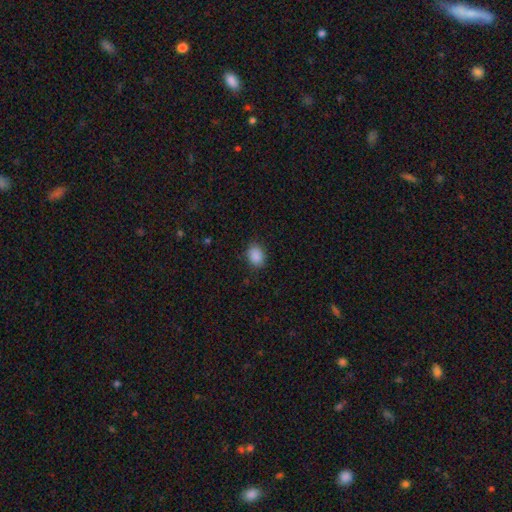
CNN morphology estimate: Smooth or featured?
  - smooth: 89% *
  - star or artifact: 8%
  - featured or disk: 3%
How rounded?
  - in between: 68% *
  - round: 31%
  - cigar-shaped: 1%
Merging?
  - none: 86% *
  - minor disturbance: 10%
  - major disturbance: 3%
  - merger: 1%